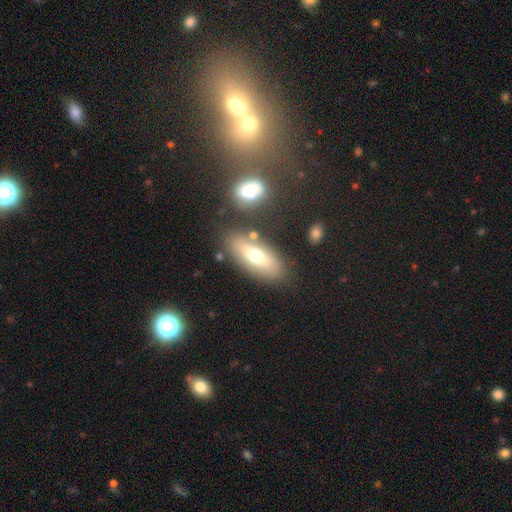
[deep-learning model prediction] Morphology: type=smooth (61%); roundness=in between (70%); merging=none (76%).